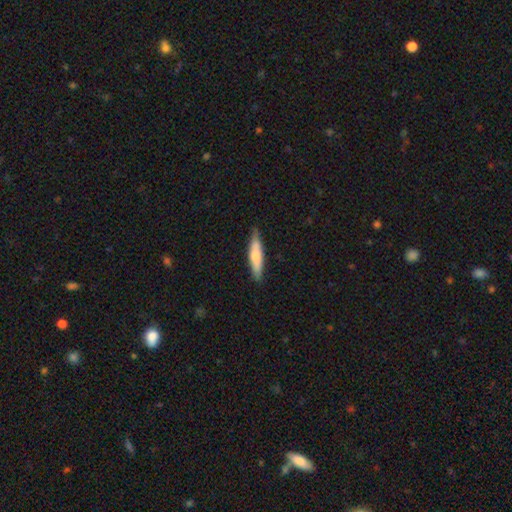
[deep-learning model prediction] smooth-or-featured: smooth: 67% | featured or disk: 27% | star or artifact: 5%
  how-rounded: cigar-shaped: 82% | in between: 17% | round: 1%
  merging: none: 85% | minor disturbance: 12% | major disturbance: 2% | merger: 1%